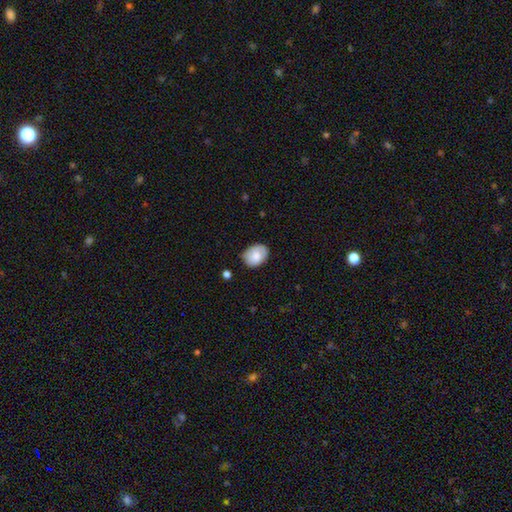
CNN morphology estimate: smooth_or_featured: smooth (p=0.80) [alt: featured or disk p=0.13]
how_rounded: in between (p=0.67) [alt: round p=0.32]
merging: none (p=0.76) [alt: minor disturbance p=0.19]